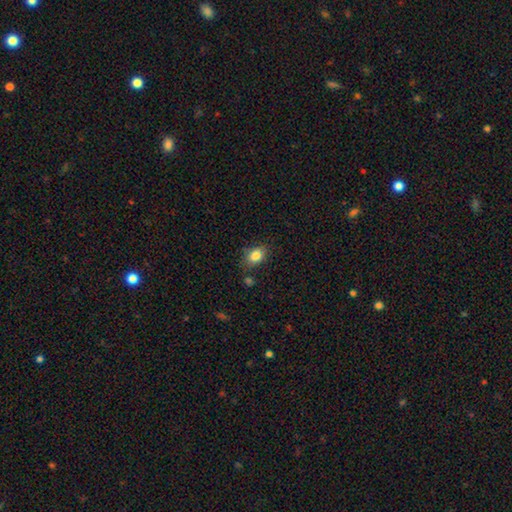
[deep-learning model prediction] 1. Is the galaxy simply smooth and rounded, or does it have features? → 83% smooth, 9% star or artifact, 7% featured or disk.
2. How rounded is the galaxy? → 75% in between, 23% round, 2% cigar-shaped.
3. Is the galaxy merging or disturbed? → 72% none, 19% minor disturbance, 5% merger, 4% major disturbance.